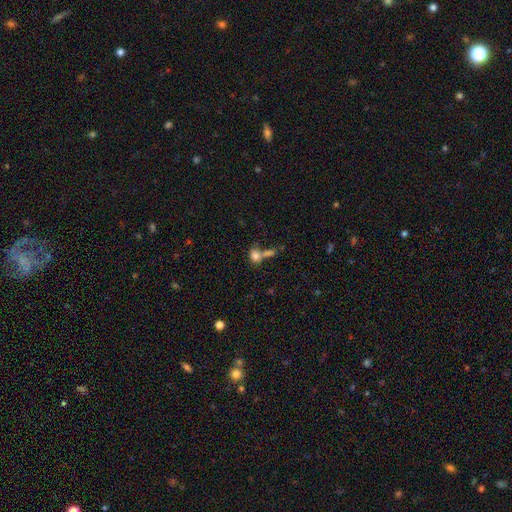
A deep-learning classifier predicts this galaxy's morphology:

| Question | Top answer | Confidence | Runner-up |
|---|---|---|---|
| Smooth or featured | smooth | 77% | featured or disk (12%) |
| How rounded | in between | 55% | round (42%) |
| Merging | merger | 46% | none (34%) |